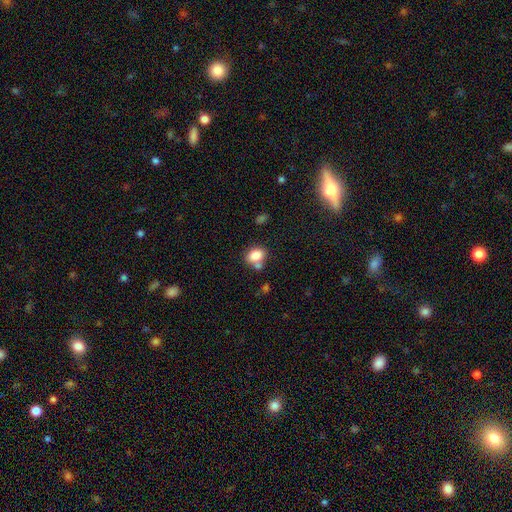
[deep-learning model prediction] The model was most divided on "how rounded": in between: 65%, round: 34%, cigar-shaped: 1%. More confident: smooth or featured — smooth (83%); merging — none (58%).